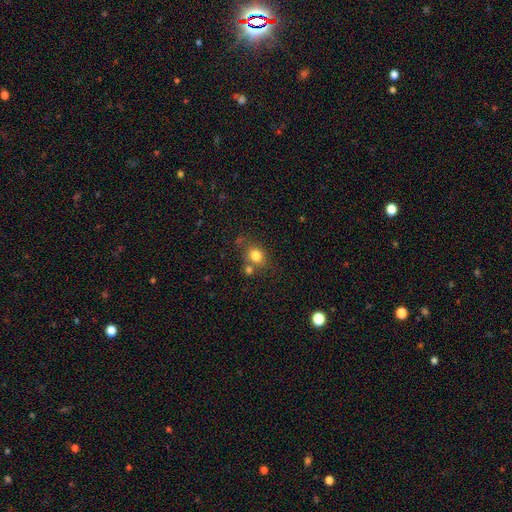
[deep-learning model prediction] Smooth or featured? smooth (81%)
How rounded? round (66%)
Merging? none (63%)